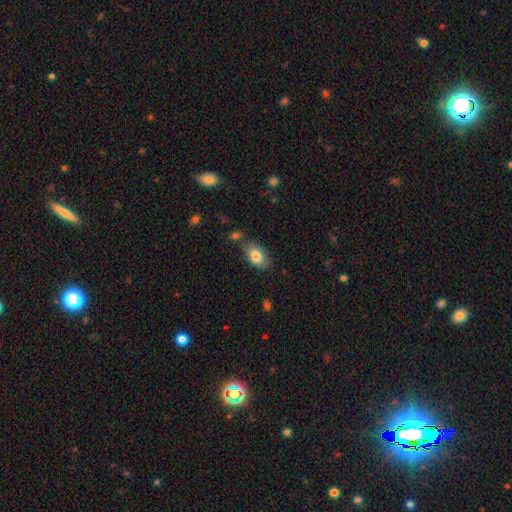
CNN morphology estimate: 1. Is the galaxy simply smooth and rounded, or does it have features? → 83% smooth, 10% featured or disk, 7% star or artifact.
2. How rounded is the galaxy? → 91% in between, 7% round, 2% cigar-shaped.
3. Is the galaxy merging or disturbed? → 64% none, 22% minor disturbance, 8% merger, 6% major disturbance.